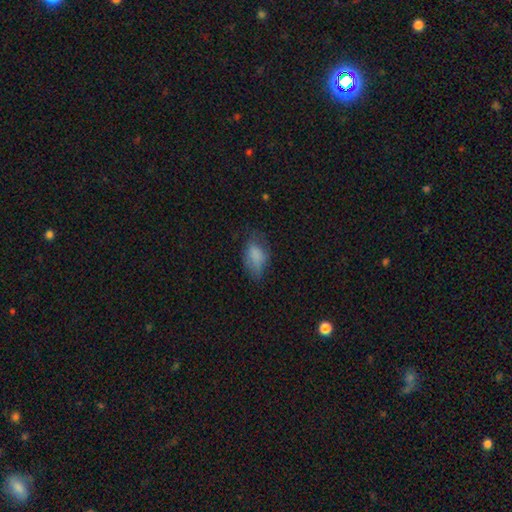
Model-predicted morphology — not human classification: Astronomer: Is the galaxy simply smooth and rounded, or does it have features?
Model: smooth — 76%.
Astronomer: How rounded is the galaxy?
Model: in between — 90%.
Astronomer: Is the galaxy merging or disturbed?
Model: none — 47% (runner-up: minor disturbance, 32%).